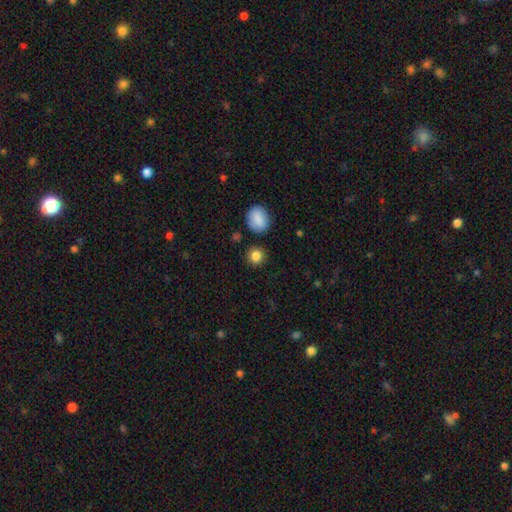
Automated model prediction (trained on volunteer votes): A smooth galaxy with no disk features (84%) that is round (87%). Merging: none (85%).